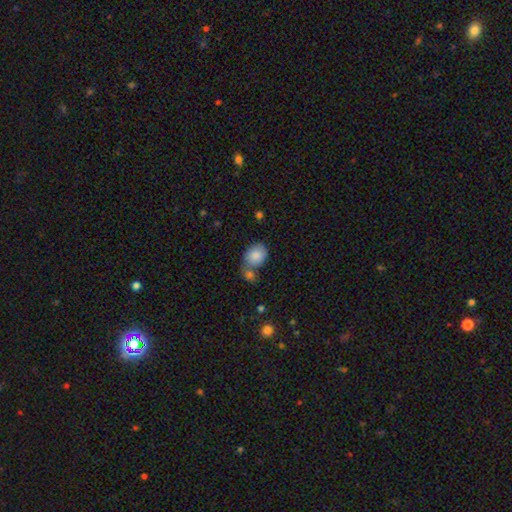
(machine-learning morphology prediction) smooth_or_featured: smooth (p=0.86) [alt: featured or disk p=0.07]
how_rounded: in between (p=0.65) [alt: round p=0.34]
merging: none (p=0.47) [alt: merger p=0.33]